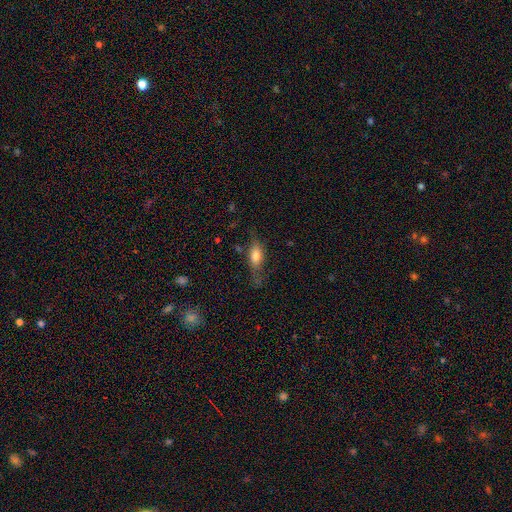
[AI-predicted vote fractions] smooth 67%, featured or disk 24%, star or artifact 9%. Down the decision tree: how rounded — in between (75%); merging — none (53%).